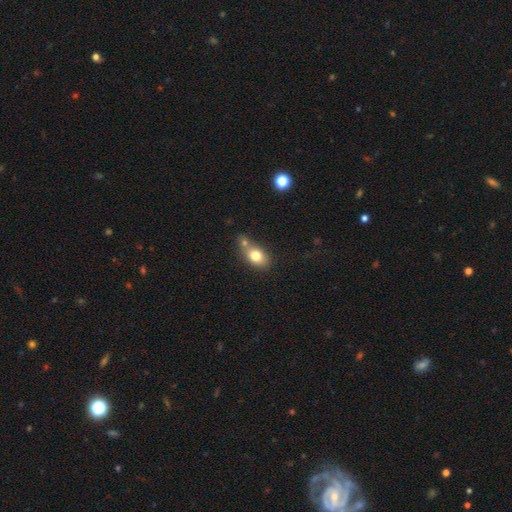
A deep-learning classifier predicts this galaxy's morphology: A smooth galaxy with no disk features (76%) that is in between round and cigar-shaped (73%).

Vote fractions:
- Smooth or featured? smooth: 76% / featured or disk: 15% / star or artifact: 9%
- How rounded? in between: 73% / round: 25% / cigar-shaped: 3%
- Merging? none: 40% / merger: 39% / minor disturbance: 16% / major disturbance: 6%